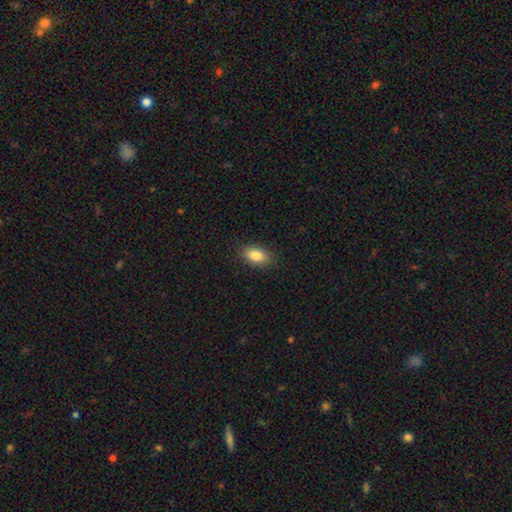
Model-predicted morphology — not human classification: A smooth galaxy with no disk features (85%) that is in between round and cigar-shaped (89%).

Vote fractions:
- Smooth or featured? smooth: 85% / star or artifact: 8% / featured or disk: 7%
- How rounded? in between: 89% / round: 8% / cigar-shaped: 4%
- Merging? none: 87% / minor disturbance: 10% / major disturbance: 2% / merger: 1%